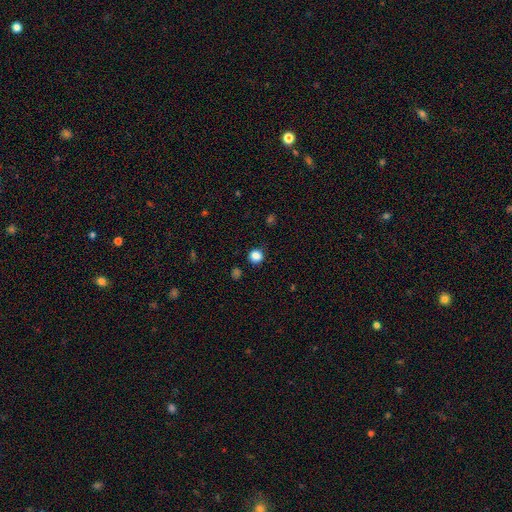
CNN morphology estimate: Overall: smooth (85%). How rounded: round (89%). Merging: none (86%).